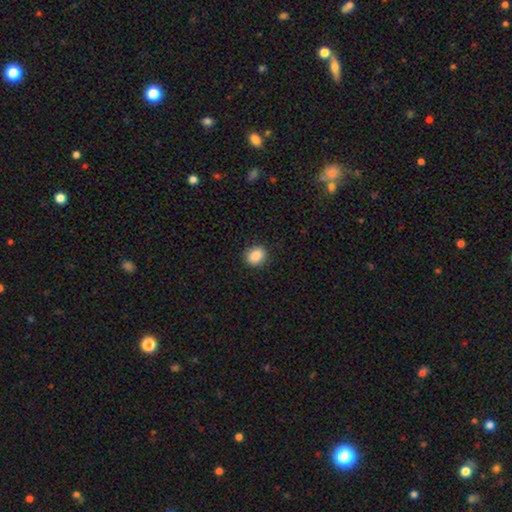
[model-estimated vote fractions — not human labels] This is clearly a smooth galaxy (87%). How rounded: likely round (61%). Merging: clearly none (89%).